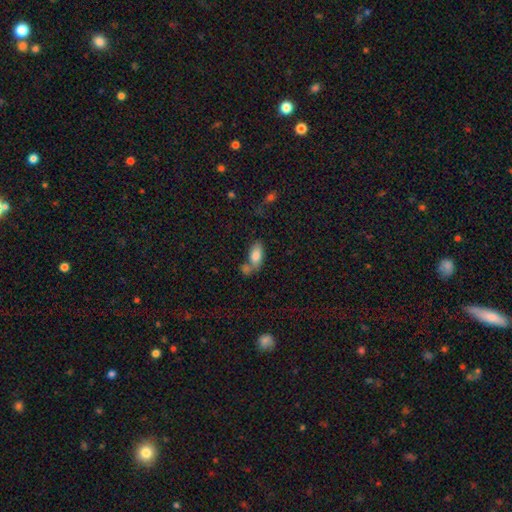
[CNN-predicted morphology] Q: Smooth or featured?
A: smooth (81%); runner-up: featured or disk (11%)
Q: How rounded?
A: in between (88%); runner-up: cigar-shaped (8%)
Q: Merging?
A: none (42%); runner-up: merger (36%)